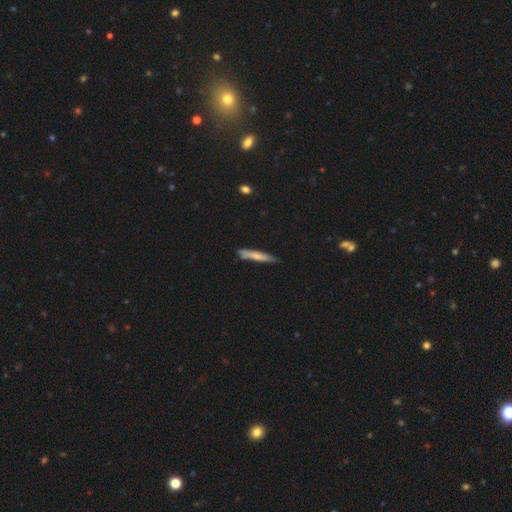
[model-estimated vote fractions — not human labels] This appears to be a smooth galaxy with no disk features (69%) that is cigar-shaped (92%). Merging: none (74%).